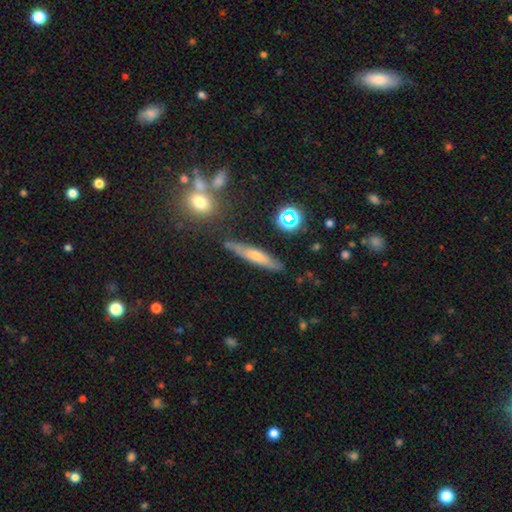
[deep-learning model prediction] Smooth or featured? smooth (47%)
Merging? none (79%)